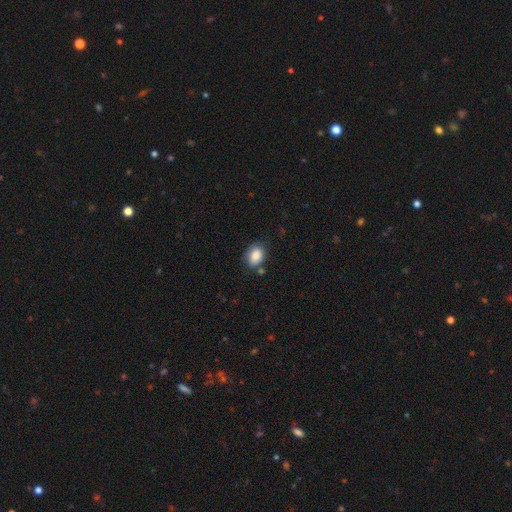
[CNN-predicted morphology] Overall: smooth (85%). How rounded: in between (76%). Merging: none (67%).